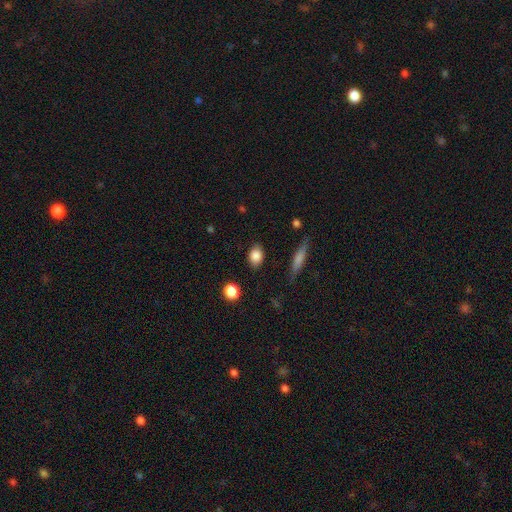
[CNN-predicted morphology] type=smooth (85%); roundness=in between (68%); merging=none (85%).